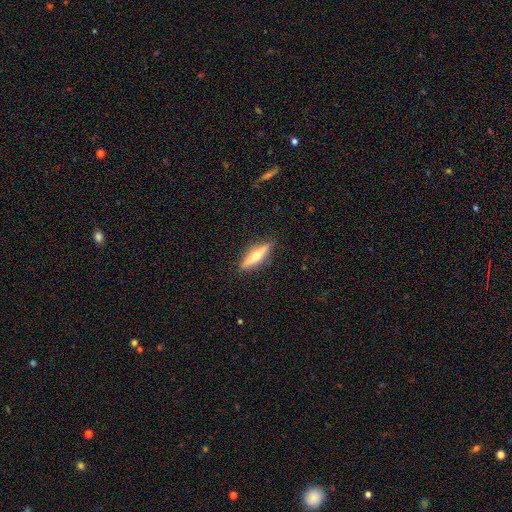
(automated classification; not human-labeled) Smooth or featured? featured or disk (53%)
Edge-on disk? yes (94%)
Edge-on bulge? rounded (90%)
Merging? none (89%)